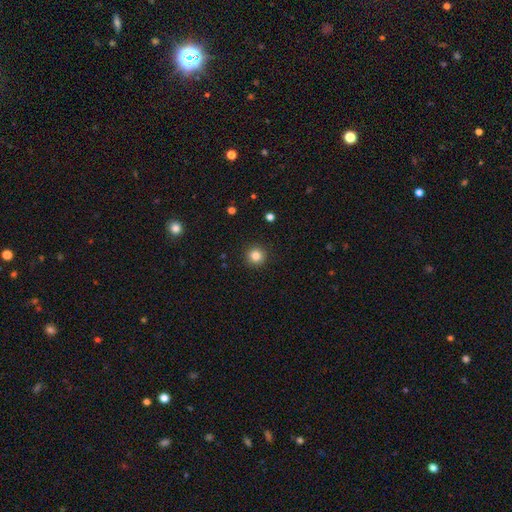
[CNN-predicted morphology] This is clearly a smooth galaxy (84%). How rounded: clearly round (95%). Merging: clearly none (92%).